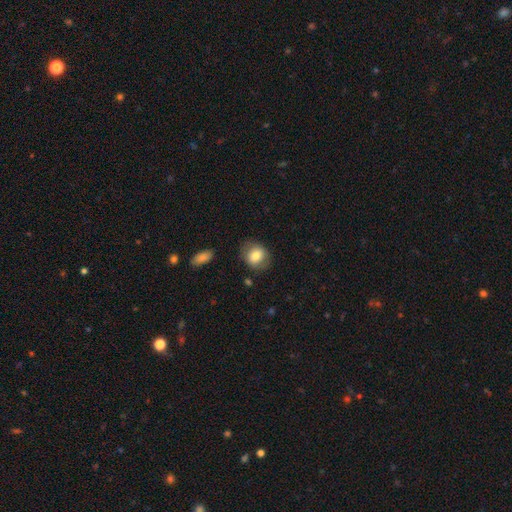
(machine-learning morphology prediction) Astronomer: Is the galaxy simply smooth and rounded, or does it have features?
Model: smooth — 76%.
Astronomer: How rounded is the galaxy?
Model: round — 64%.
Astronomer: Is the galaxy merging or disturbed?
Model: none — 78%.